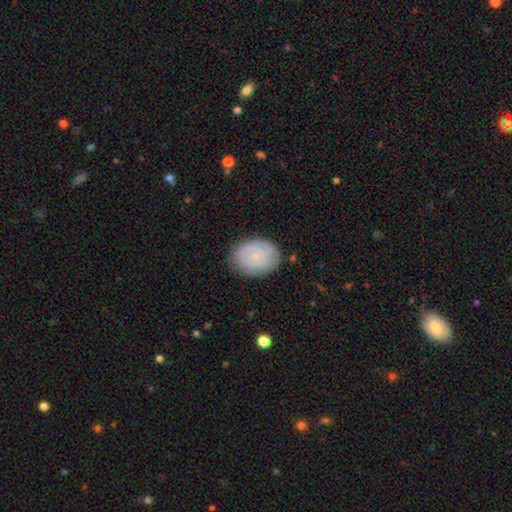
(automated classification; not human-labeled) This is possibly a smooth galaxy (58%). How rounded: likely in between (67%). Merging: clearly none (81%).